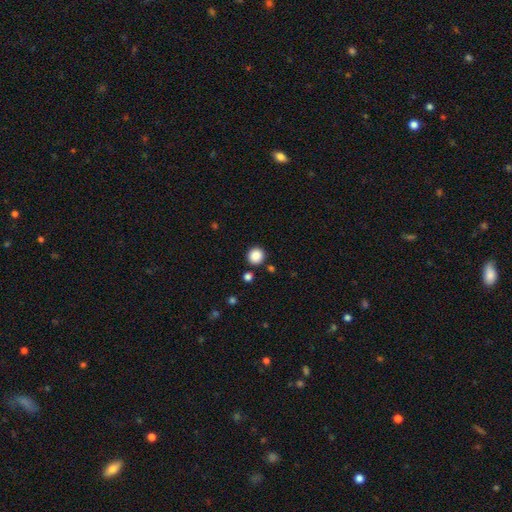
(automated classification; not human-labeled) smooth_or_featured: smooth (p=0.87) [alt: star or artifact p=0.10]
how_rounded: round (p=0.93) [alt: in between p=0.06]
merging: none (p=0.87) [alt: minor disturbance p=0.06]